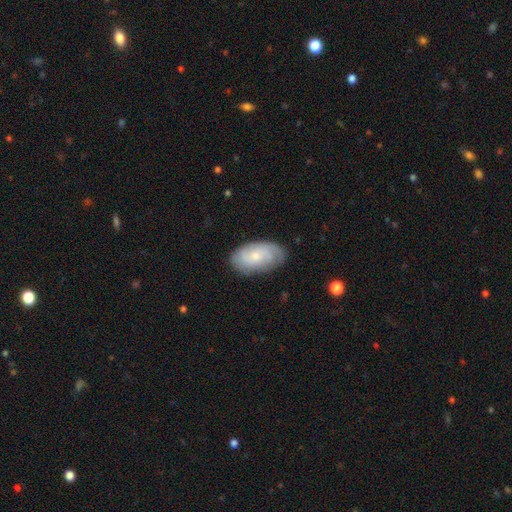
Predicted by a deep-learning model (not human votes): The model was most divided on "smooth or featured": featured or disk: 55%, smooth: 39%, star or artifact: 6%. More confident: edge-on disk — no (94%); spiral arms — yes (86%); merging — none (76%); bar — no (75%); bulge size — small (62%).